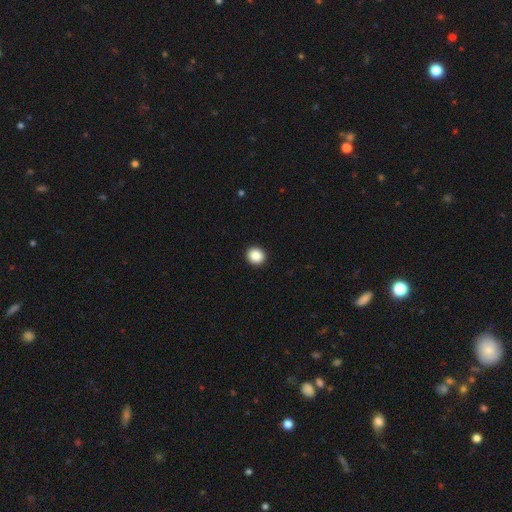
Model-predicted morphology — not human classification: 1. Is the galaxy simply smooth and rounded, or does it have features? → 89% smooth, 9% star or artifact, 3% featured or disk.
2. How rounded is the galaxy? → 87% round, 12% in between, 1% cigar-shaped.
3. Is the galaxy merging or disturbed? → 93% none, 4% minor disturbance, 1% major disturbance, 1% merger.